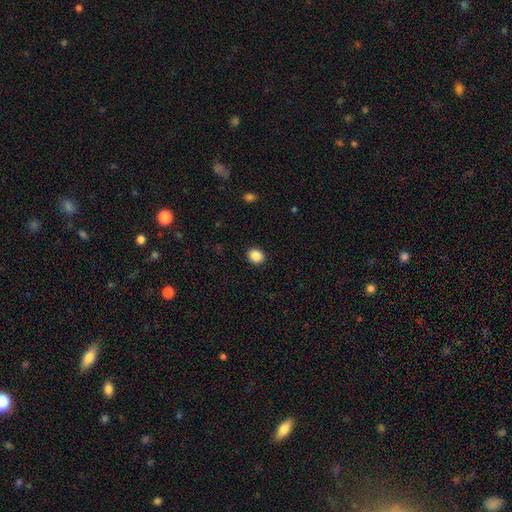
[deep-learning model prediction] A smooth galaxy with no disk features (88%) that is round (73%). Merging: none (92%).